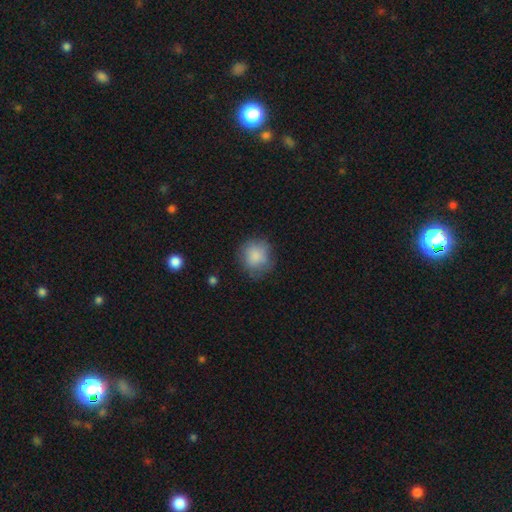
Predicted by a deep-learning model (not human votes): smooth-or-featured: smooth: 82% | featured or disk: 10% | star or artifact: 8%
  how-rounded: round: 86% | in between: 13% | cigar-shaped: 1%
  merging: none: 70% | minor disturbance: 21% | major disturbance: 7% | merger: 2%